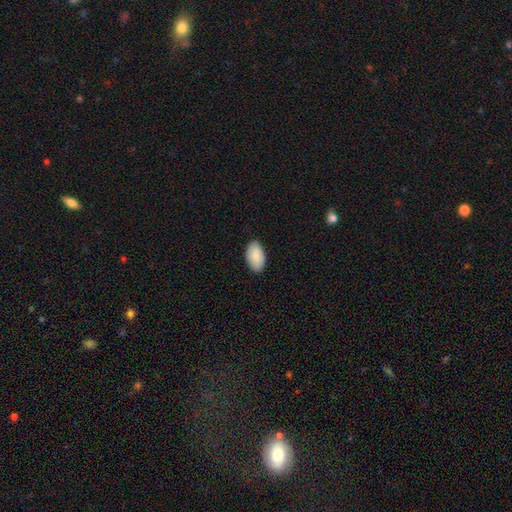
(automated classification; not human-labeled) smooth_or_featured: smooth (p=0.90) [alt: star or artifact p=0.06]
how_rounded: in between (p=0.96) [alt: round p=0.03]
merging: none (p=0.87) [alt: minor disturbance p=0.10]